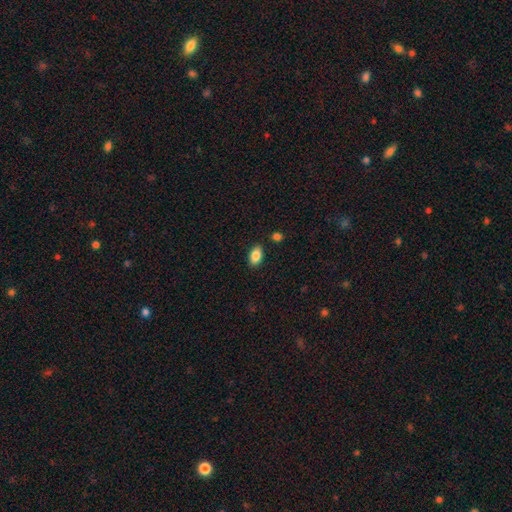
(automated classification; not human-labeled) A smooth galaxy with no disk features (86%) that is in between round and cigar-shaped (92%).

Vote fractions:
- Smooth or featured? smooth: 86% / star or artifact: 7% / featured or disk: 7%
- How rounded? in between: 92% / round: 6% / cigar-shaped: 2%
- Merging? none: 87% / minor disturbance: 9% / merger: 2% / major disturbance: 2%